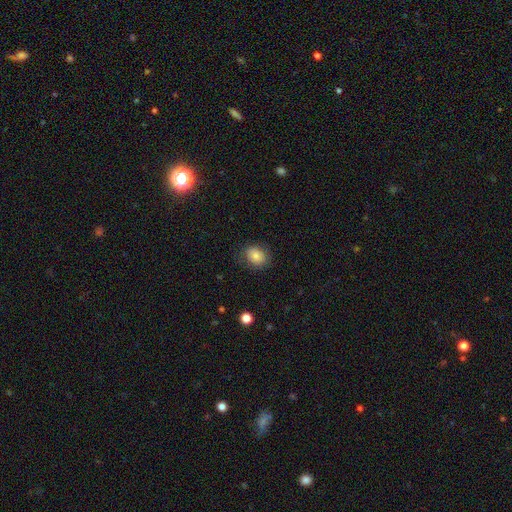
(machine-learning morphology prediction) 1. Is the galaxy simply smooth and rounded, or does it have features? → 80% smooth, 11% featured or disk, 9% star or artifact.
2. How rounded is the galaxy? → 50% in between, 49% round, 1% cigar-shaped.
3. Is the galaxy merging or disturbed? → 79% none, 15% minor disturbance, 5% major disturbance, 1% merger.